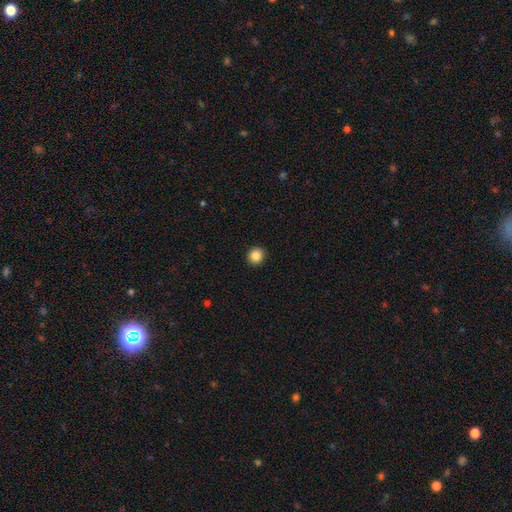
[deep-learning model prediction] Smooth or featured: smooth — 86% (star or artifact — 10%)
How rounded: round — 93% (in between — 6%)
Merging: none — 94% (minor disturbance — 4%)